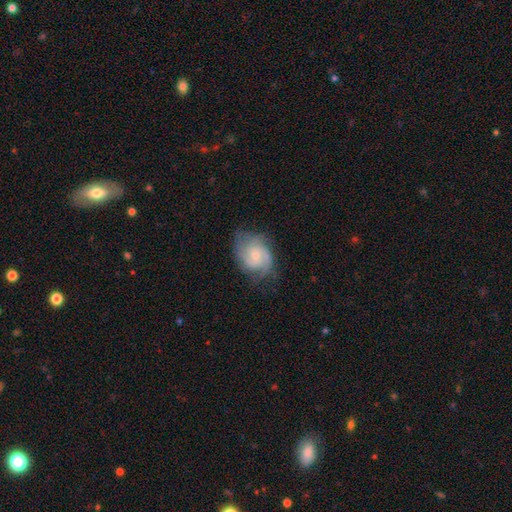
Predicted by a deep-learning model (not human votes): smooth_or_featured: featured or disk (p=0.78) [alt: smooth p=0.16]
disk_edge_on: no (p=0.98) [alt: yes p=0.02]
bar: no (p=0.65) [alt: weak p=0.32]
has_spiral_arms: yes (p=0.95) [alt: no p=0.05]
spiral_winding: tight (p=0.45) [alt: medium p=0.43]
spiral_arm_count: 2 (p=0.49) [alt: can't tell p=0.21]
bulge_size: small (p=0.59) [alt: moderate p=0.34]
merging: none (p=0.68) [alt: minor disturbance p=0.22]